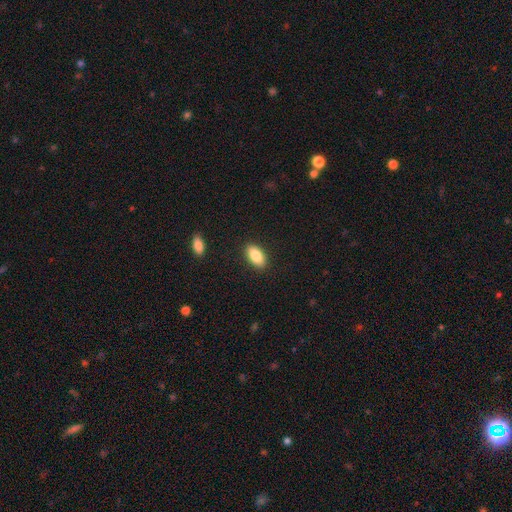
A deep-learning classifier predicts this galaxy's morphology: type=smooth (85%); roundness=in between (91%); merging=none (89%).